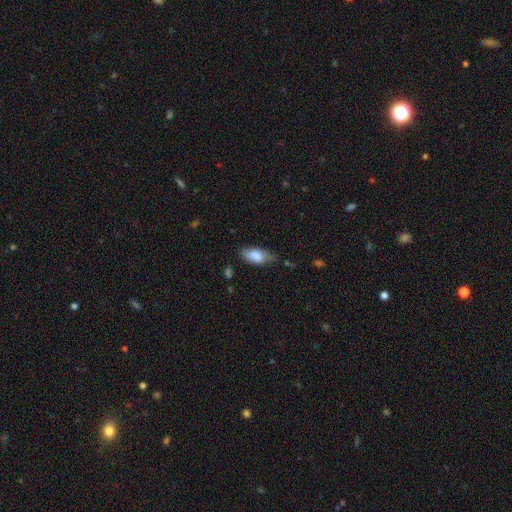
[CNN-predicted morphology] smooth 83%, featured or disk 11%, star or artifact 7%. Down the decision tree: how rounded — in between (86%); merging — none (60%).